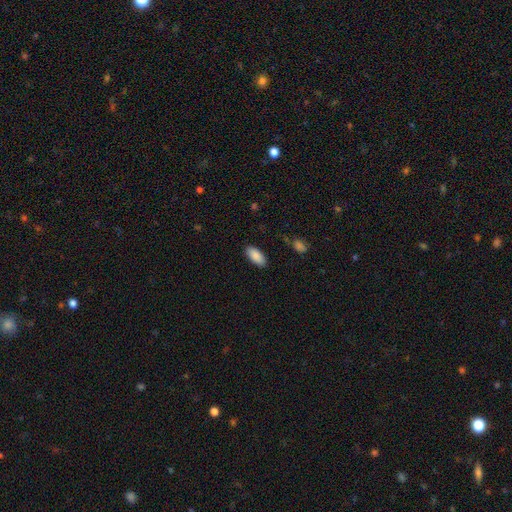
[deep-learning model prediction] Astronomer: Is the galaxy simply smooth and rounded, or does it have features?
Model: smooth — 89%.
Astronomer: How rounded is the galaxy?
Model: in between — 91%.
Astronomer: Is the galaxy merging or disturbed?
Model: none — 88%.